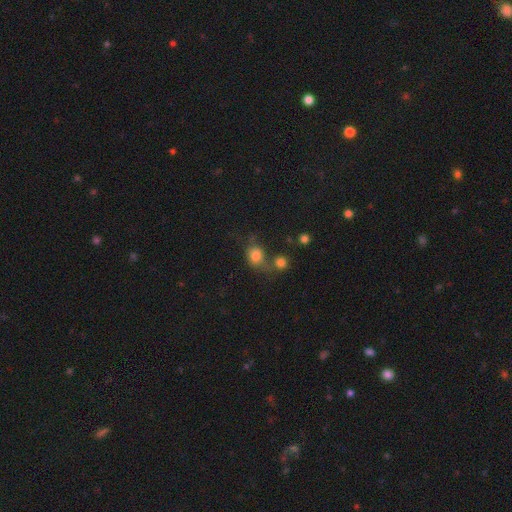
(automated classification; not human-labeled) A smooth galaxy with no disk features (78%) that is round (66%). Merging: none (42%).